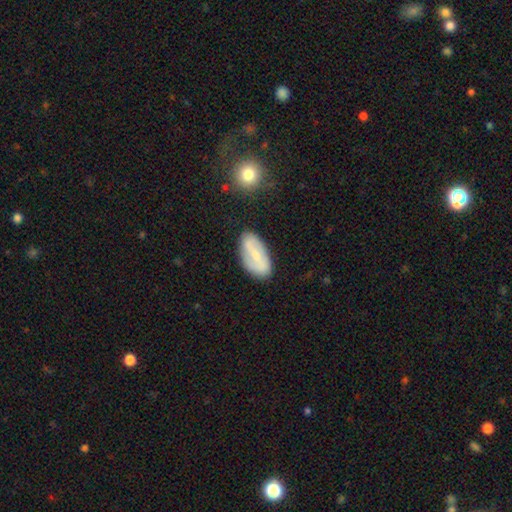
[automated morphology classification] This appears to be a featured or disk galaxy (51%). Merging: none (80%).